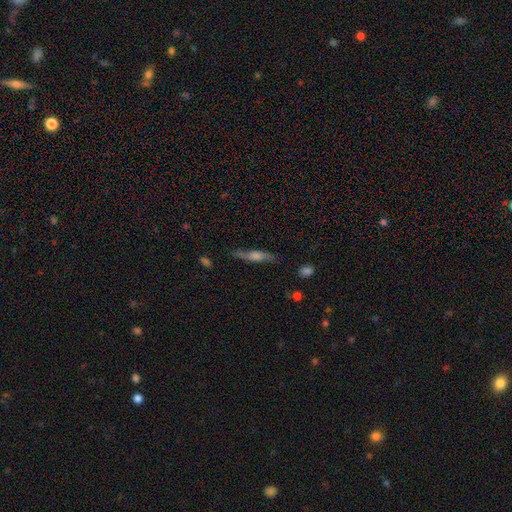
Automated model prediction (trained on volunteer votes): Smooth or featured? featured or disk (54%)
Edge-on disk? yes (75%)
Merging? none (77%)